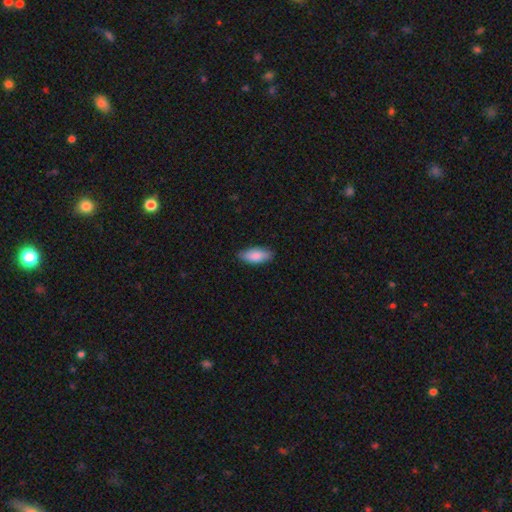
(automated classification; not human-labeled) Q: Smooth or featured?
A: smooth (86%); runner-up: featured or disk (9%)
Q: How rounded?
A: in between (84%); runner-up: cigar-shaped (14%)
Q: Merging?
A: none (86%); runner-up: minor disturbance (11%)